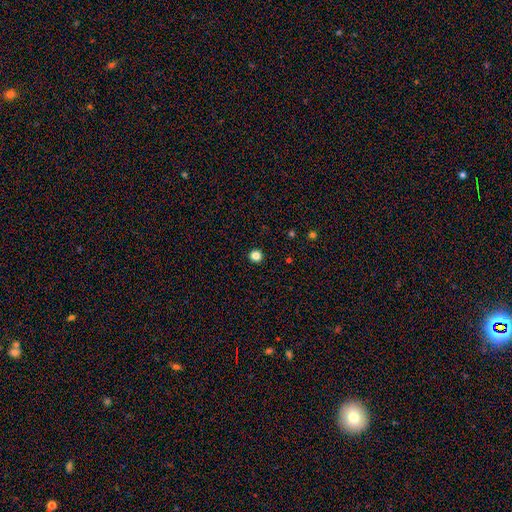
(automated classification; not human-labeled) This appears to be a smooth galaxy with no disk features (84%) that is round (95%). Merging: none (94%).